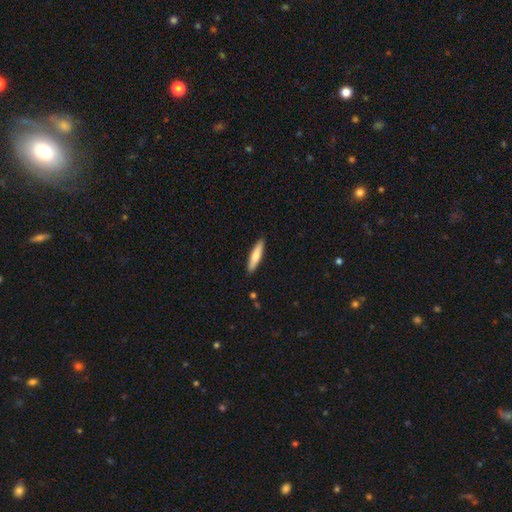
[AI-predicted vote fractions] Smooth or featured? Predicted: smooth (p=0.74). How rounded? Predicted: cigar-shaped (p=0.79). Merging? Predicted: none (p=0.90).